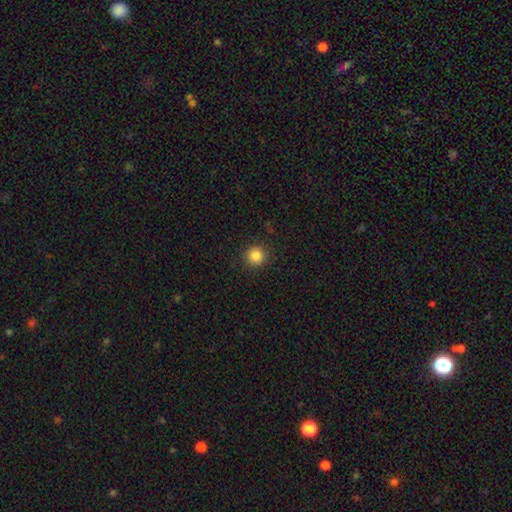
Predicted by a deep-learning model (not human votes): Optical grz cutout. It shows a smooth galaxy with no disk features (86%) that is round (95%). Merging: none (92%).